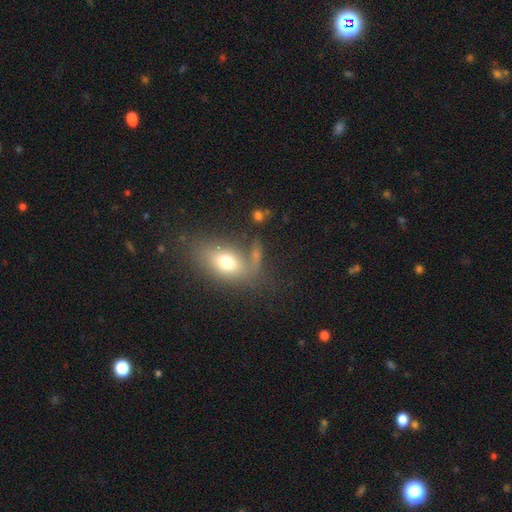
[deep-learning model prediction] smooth 68%, featured or disk 20%, star or artifact 12%. Down the decision tree: how rounded — in between (77%); merging — none (55%).